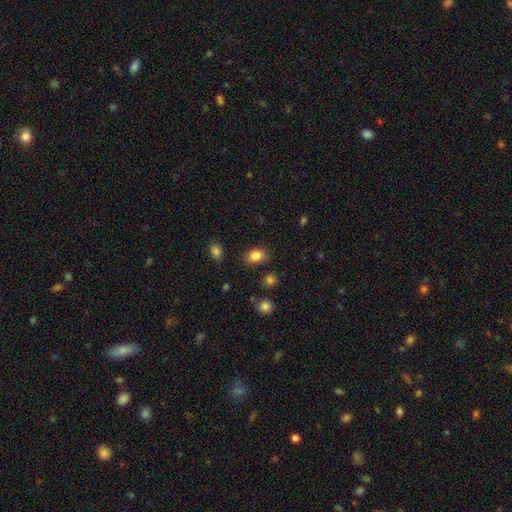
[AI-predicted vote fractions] Overall: smooth (84%). How rounded: in between (76%). Merging: none (83%).